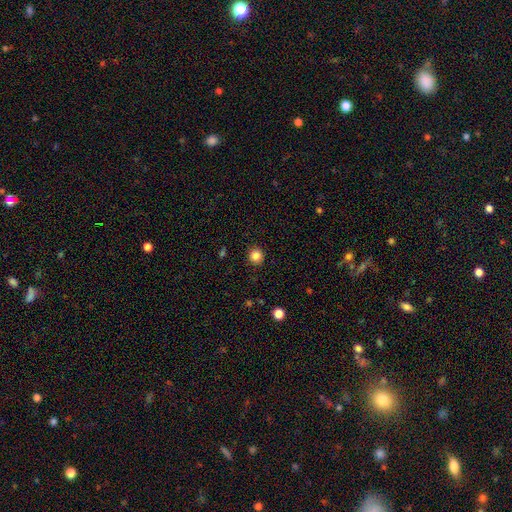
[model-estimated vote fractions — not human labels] Smooth or featured? Predicted: smooth (p=0.84). How rounded? Predicted: round (p=0.92). Merging? Predicted: none (p=0.91).